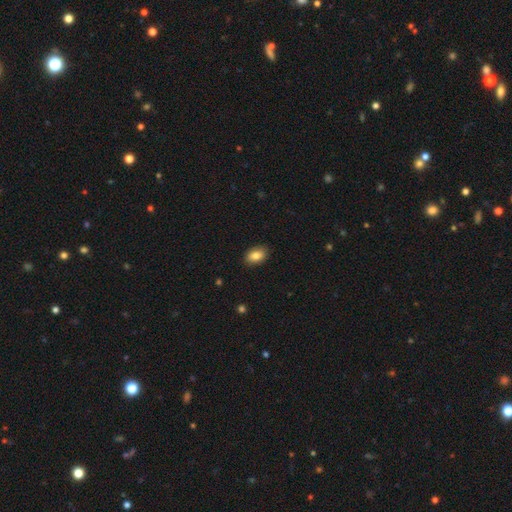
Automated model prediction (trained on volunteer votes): This is clearly a smooth galaxy (85%). How rounded: clearly in between (89%). Merging: clearly none (88%).